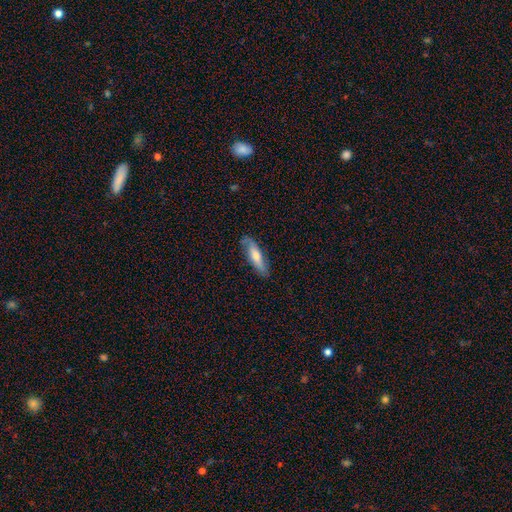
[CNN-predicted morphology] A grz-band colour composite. It shows a smooth galaxy with no disk features (48%). Merging: none (78%).